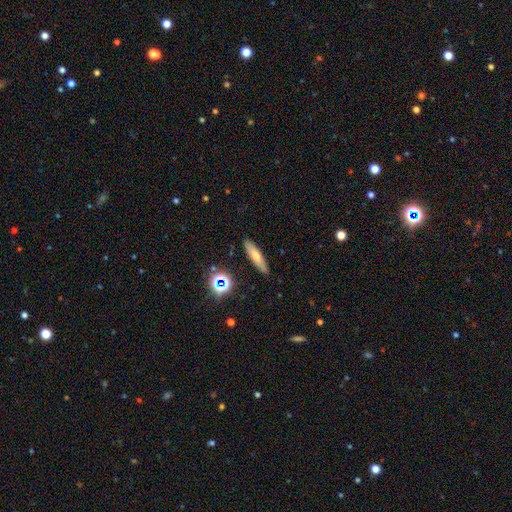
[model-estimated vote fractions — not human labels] Smooth or featured? smooth (64%)
How rounded? cigar-shaped (75%)
Merging? none (87%)